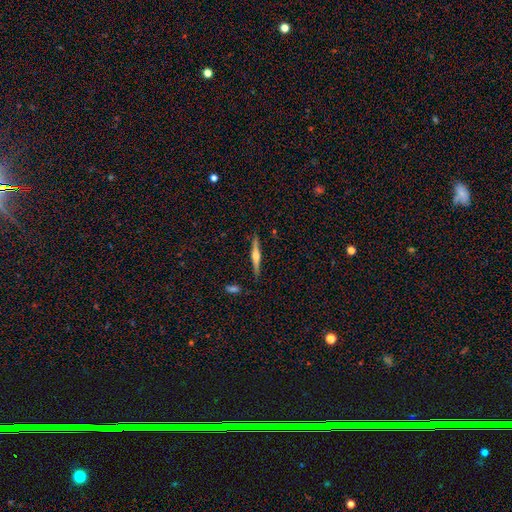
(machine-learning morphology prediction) Smooth or featured: featured or disk — 69% (smooth — 25%)
Edge-on disk: yes — 98% (no — 2%)
Edge-on bulge: rounded — 87% (boxy — 8%)
Merging: none — 88% (minor disturbance — 8%)